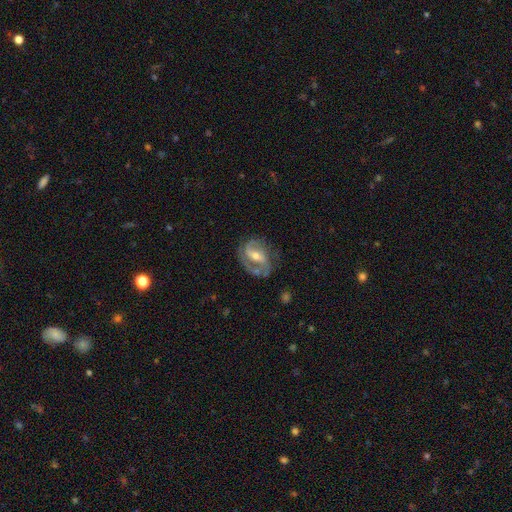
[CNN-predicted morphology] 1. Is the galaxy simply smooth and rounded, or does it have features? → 82% featured or disk, 12% smooth, 6% star or artifact.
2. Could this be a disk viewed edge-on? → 96% no, 4% yes.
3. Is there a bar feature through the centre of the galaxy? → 40% weak, 39% strong, 21% no.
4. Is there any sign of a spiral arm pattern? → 90% yes, 10% no.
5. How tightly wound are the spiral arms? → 48% medium, 32% tight, 21% loose.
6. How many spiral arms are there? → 73% 2, 12% 1, 9% can't tell, 3% 3, 1% 4, 1% more than 4.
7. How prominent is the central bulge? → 55% moderate, 40% small, 3% large, 2% none, 1% dominant.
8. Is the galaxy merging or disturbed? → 62% none, 21% minor disturbance, 13% major disturbance, 3% merger.